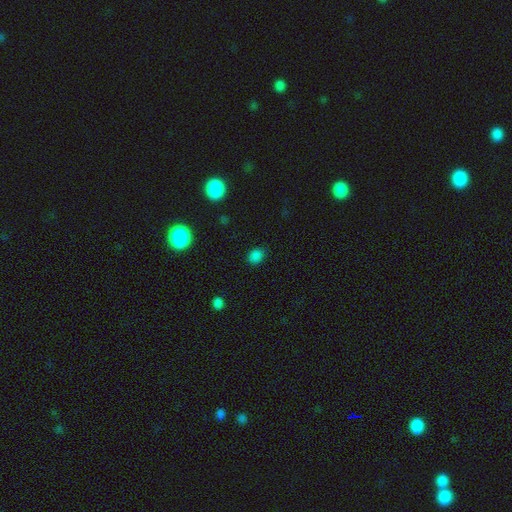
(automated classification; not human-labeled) smooth-or-featured: smooth: 80% | star or artifact: 17% | featured or disk: 3%
  how-rounded: round: 53% | in between: 45% | cigar-shaped: 1%
  merging: none: 85% | minor disturbance: 10% | major disturbance: 3% | merger: 1%